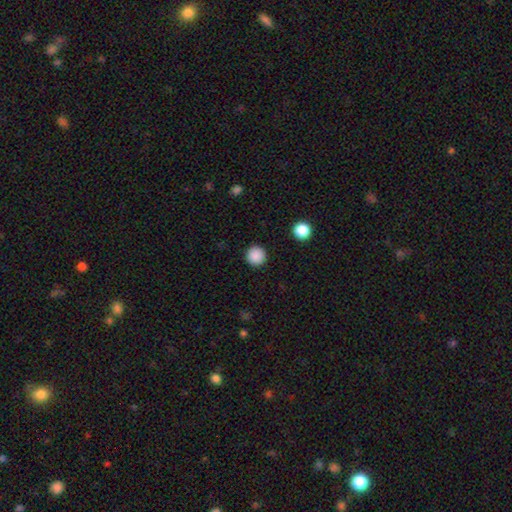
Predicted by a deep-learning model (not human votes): This appears to be a smooth galaxy with no disk features (88%) that is round (96%). Merging: none (92%).